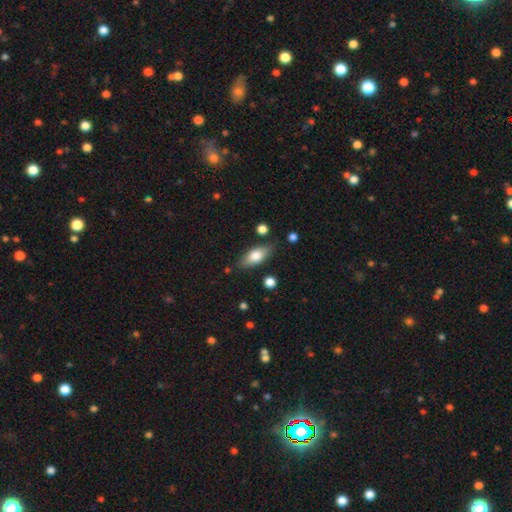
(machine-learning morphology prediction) A smooth galaxy with no disk features (69%) that is in between round and cigar-shaped (80%). Merging: none (80%).